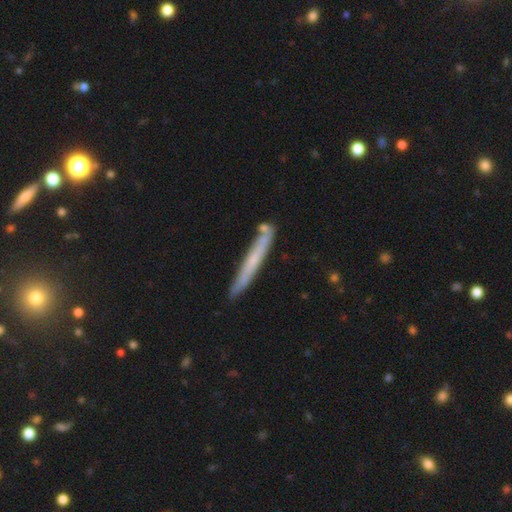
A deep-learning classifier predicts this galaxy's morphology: Smooth or featured? smooth (49%)
Merging? none (82%)